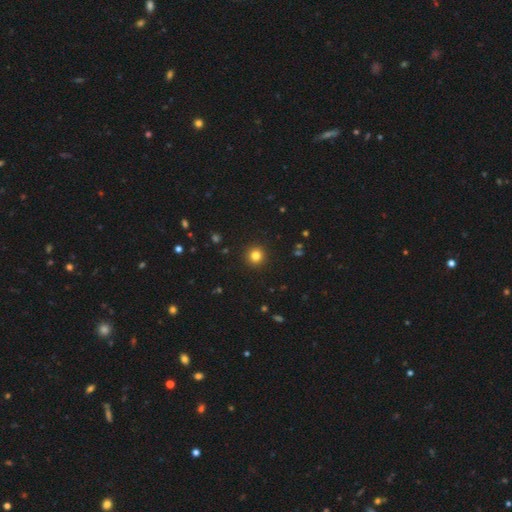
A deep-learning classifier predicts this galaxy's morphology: Smooth or featured?
  - smooth: 81% *
  - star or artifact: 13%
  - featured or disk: 5%
How rounded?
  - round: 95% *
  - in between: 4%
  - cigar-shaped: 1%
Merging?
  - none: 93% *
  - minor disturbance: 4%
  - major disturbance: 2%
  - merger: 1%